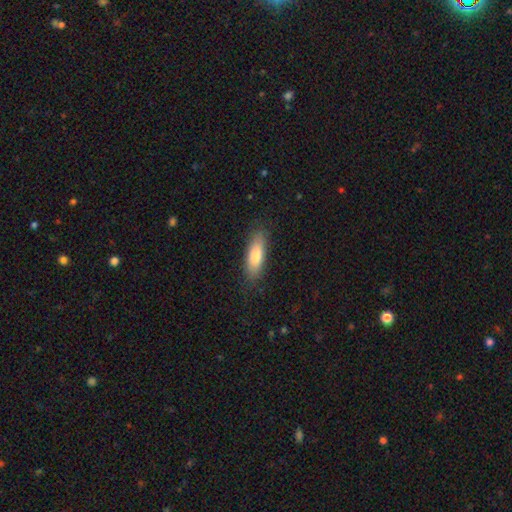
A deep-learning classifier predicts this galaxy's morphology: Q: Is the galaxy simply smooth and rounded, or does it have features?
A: smooth — 79%.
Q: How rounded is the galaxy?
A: in between — 57%.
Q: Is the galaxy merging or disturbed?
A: none — 83%.